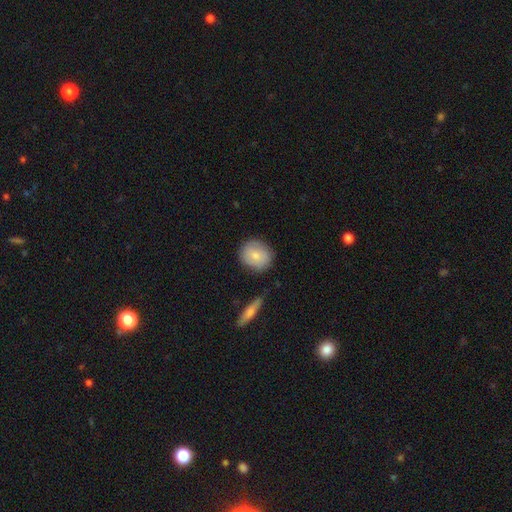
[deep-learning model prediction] smooth-or-featured: smooth: 77% | featured or disk: 17% | star or artifact: 6%
  how-rounded: round: 78% | in between: 21% | cigar-shaped: 1%
  merging: none: 81% | minor disturbance: 13% | major disturbance: 3% | merger: 3%